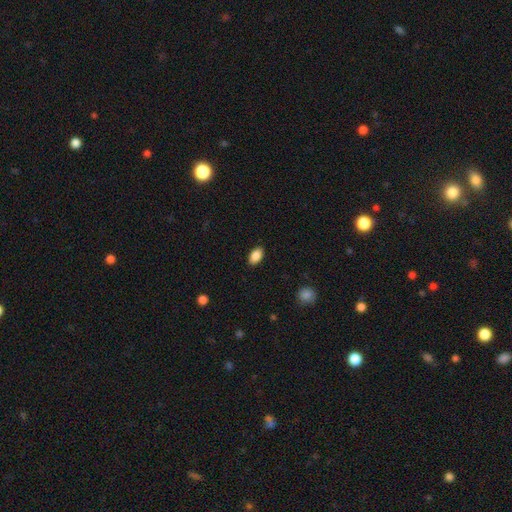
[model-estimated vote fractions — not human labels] This is clearly a smooth galaxy (88%). How rounded: clearly in between (91%). Merging: clearly none (88%).